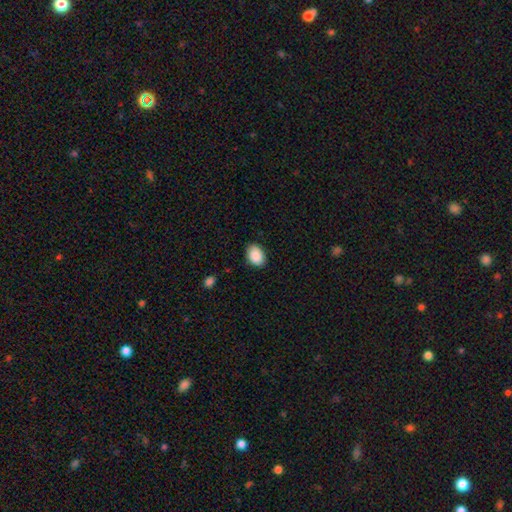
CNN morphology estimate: The model was most divided on "how rounded": in between: 82%, round: 17%, cigar-shaped: 1%. More confident: smooth or featured — smooth (90%); merging — none (85%).